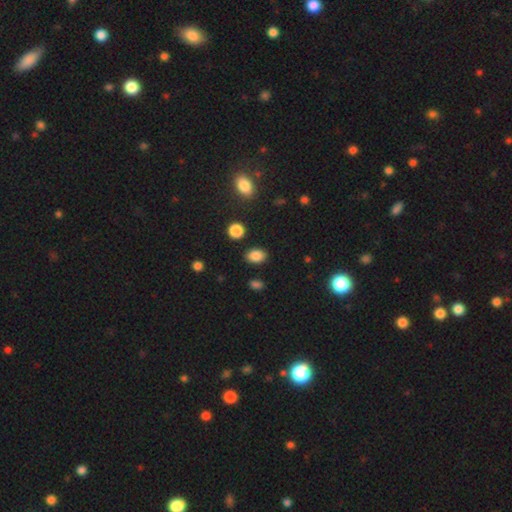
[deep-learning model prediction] A smooth galaxy with no disk features (86%) that is in between round and cigar-shaped (79%). Merging: none (86%).